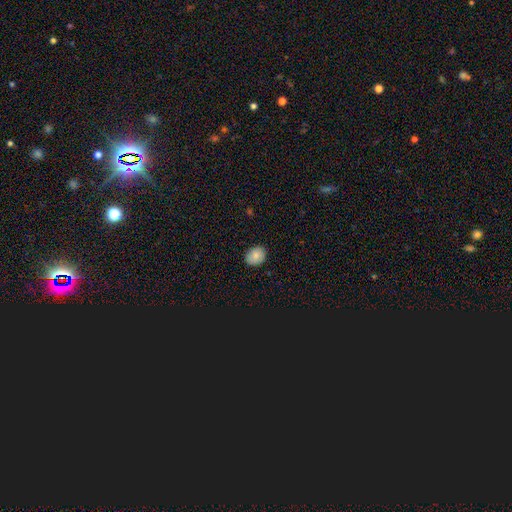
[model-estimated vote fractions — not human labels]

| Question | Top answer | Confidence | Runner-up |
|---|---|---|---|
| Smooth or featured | smooth | 83% | featured or disk (9%) |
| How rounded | round | 54% | in between (45%) |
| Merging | none | 87% | minor disturbance (10%) |